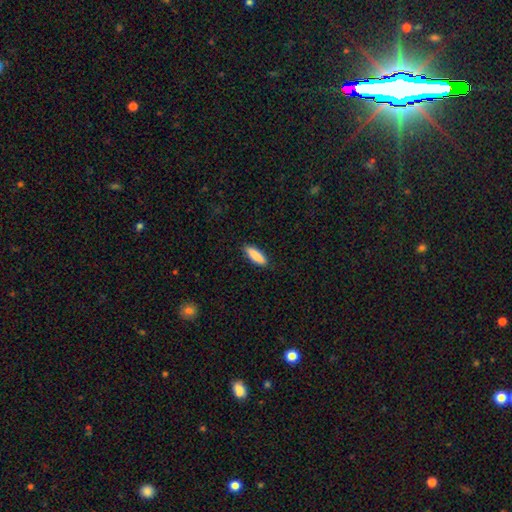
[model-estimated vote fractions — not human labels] Overall: smooth (88%). How rounded: in between (49%, tied with cigar-shaped). Merging: none (88%).